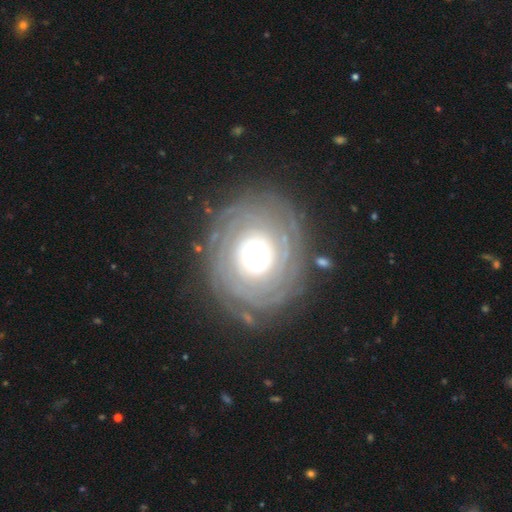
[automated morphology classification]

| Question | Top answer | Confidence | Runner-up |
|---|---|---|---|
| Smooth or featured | featured or disk | 79% | smooth (15%) |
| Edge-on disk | no | 96% | yes (4%) |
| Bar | no | 83% | weak (11%) |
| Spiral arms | yes | 84% | no (16%) |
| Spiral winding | tight | 83% | medium (12%) |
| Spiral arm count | can't tell | 38% | 2 (16%) |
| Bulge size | large | 43% | moderate (41%) |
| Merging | none | 80% | minor disturbance (12%) |